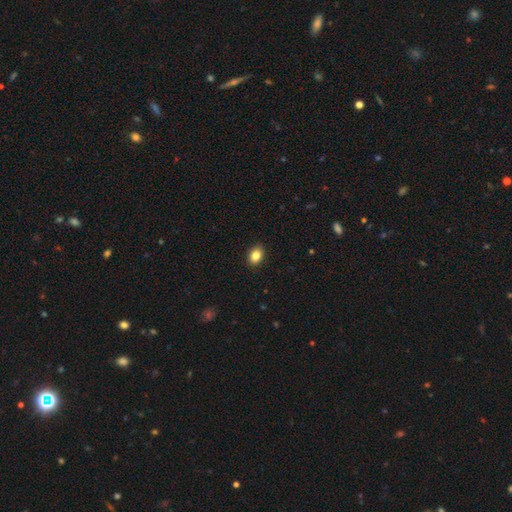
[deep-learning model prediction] A smooth galaxy with no disk features (85%) that is in between round and cigar-shaped (70%).

Vote fractions:
- Smooth or featured? smooth: 85% / star or artifact: 9% / featured or disk: 6%
- How rounded? in between: 70% / round: 29% / cigar-shaped: 1%
- Merging? none: 90% / minor disturbance: 7% / major disturbance: 2% / merger: 1%